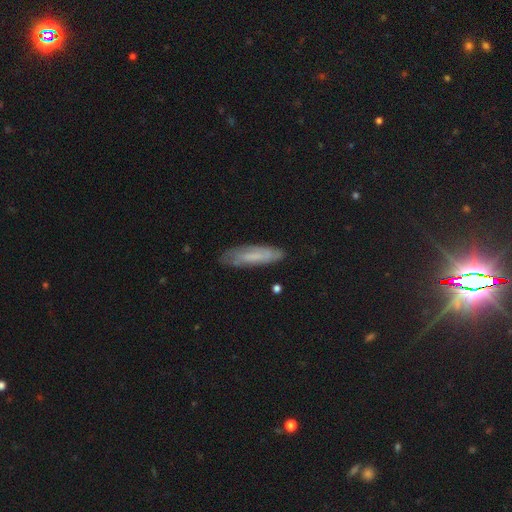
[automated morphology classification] The model was most divided on "smooth or featured": smooth: 51%, featured or disk: 41%, star or artifact: 8%. More confident: merging — none (75%); how rounded — cigar-shaped (65%).